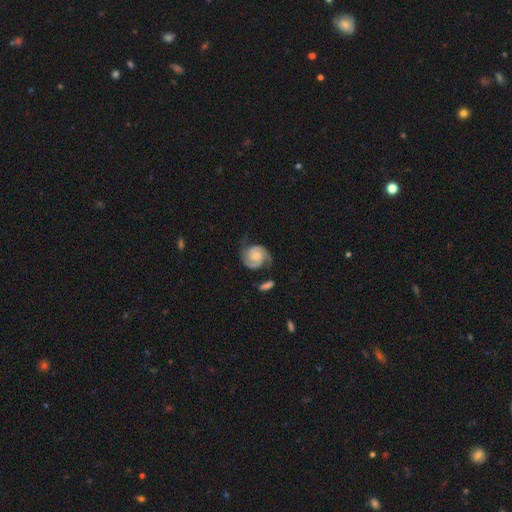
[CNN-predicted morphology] Smooth or featured? Predicted: featured or disk (p=0.87). Edge-on disk? Predicted: no (p=0.98). Bar? Predicted: no (p=0.66). Spiral arms? Predicted: yes (p=0.98). Spiral winding? Predicted: tight (p=0.50). Spiral arm count? Predicted: 2 (p=0.88). Bulge size? Predicted: small (p=0.41). Merging? Predicted: none (p=0.69).